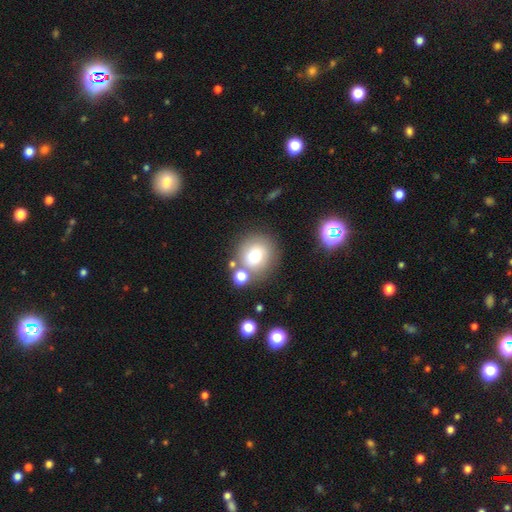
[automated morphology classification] Smooth or featured: smooth — 76% (featured or disk — 12%)
How rounded: round — 84% (in between — 15%)
Merging: none — 66% (merger — 14%)